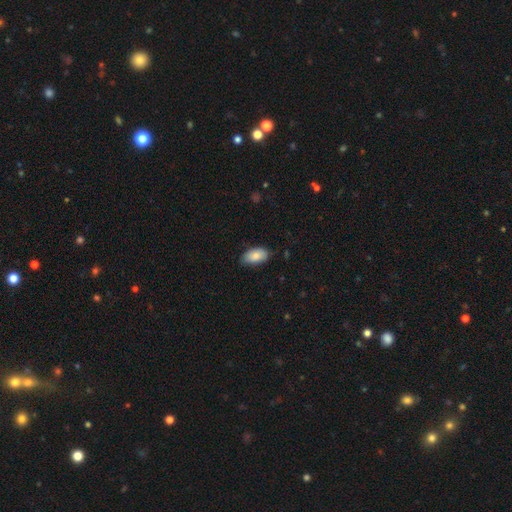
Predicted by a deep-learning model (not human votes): Smooth or featured? Predicted: smooth (p=0.85). How rounded? Predicted: in between (p=0.94). Merging? Predicted: none (p=0.76).